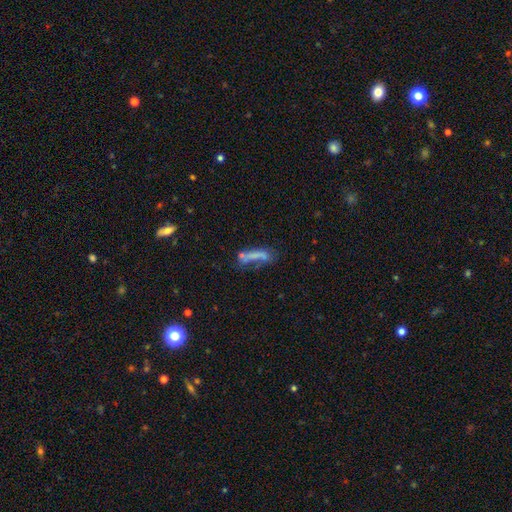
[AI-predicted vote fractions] Overall: smooth (58%; featured or disk 29%). How rounded: cigar-shaped (60%; in between 36%). Merging: none (30%; merger 28%).